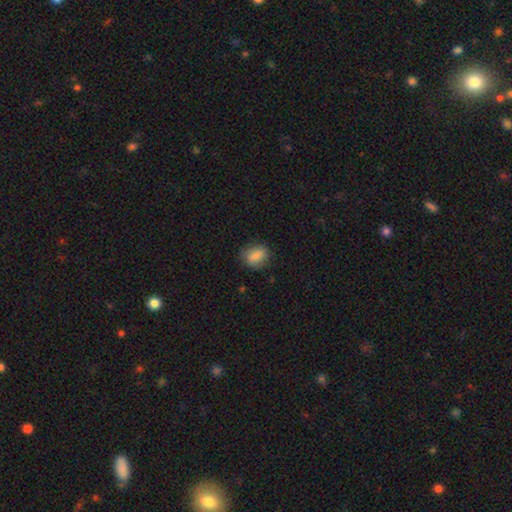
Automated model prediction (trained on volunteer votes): Morphology: type=smooth (81%); roundness=in between (58%); merging=none (77%).